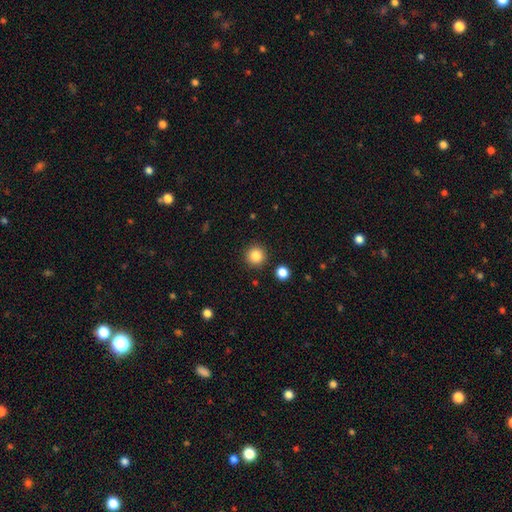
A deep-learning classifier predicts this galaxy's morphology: type=smooth (86%); roundness=round (95%); merging=none (91%).